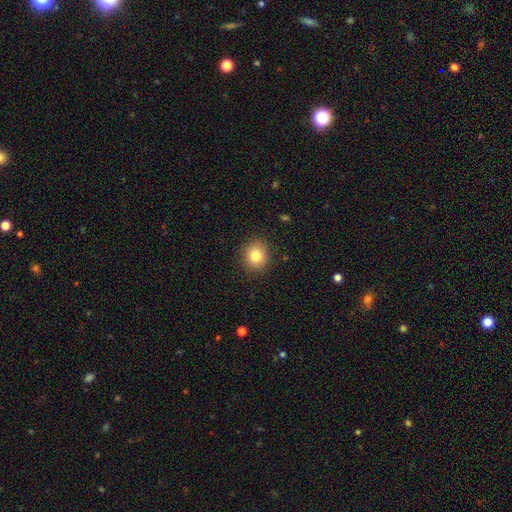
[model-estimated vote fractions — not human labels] smooth 81%, star or artifact 11%, featured or disk 8%. Down the decision tree: how rounded — round (85%); merging — none (89%).